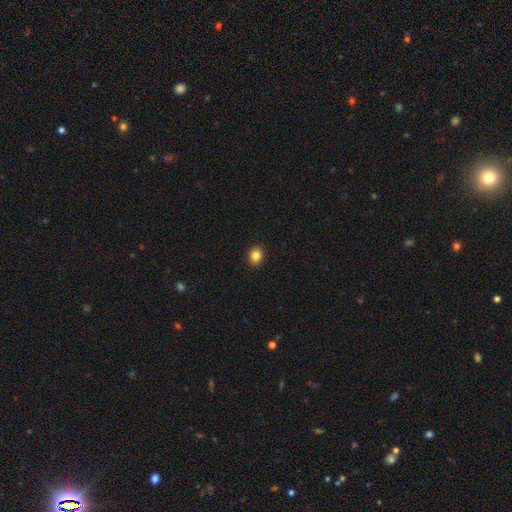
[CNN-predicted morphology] smooth 85%, star or artifact 10%, featured or disk 5%. Down the decision tree: how rounded — round (51%); merging — none (91%).